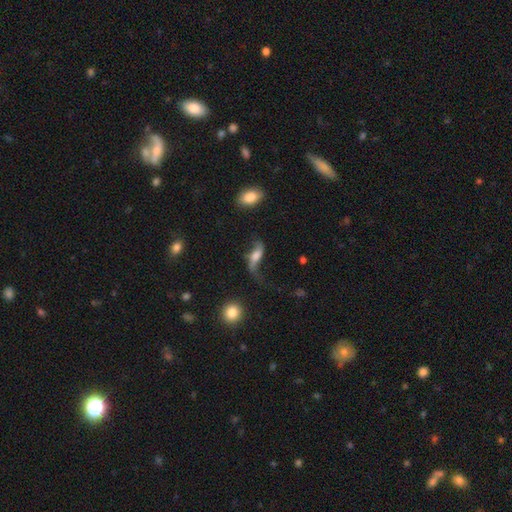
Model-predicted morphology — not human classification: smooth-or-featured: featured or disk: 67% | smooth: 24% | star or artifact: 9%
  disk-edge-on: no: 84% | yes: 16%
    bar: no: 45% | weak: 35% | strong: 20%
    has-spiral-arms: yes: 87% | no: 13%
    bulge-size: moderate: 36% | small: 24% | large: 21% | none: 14% | dominant: 5%
  merging: none: 45% | major disturbance: 27% | minor disturbance: 21% | merger: 6%